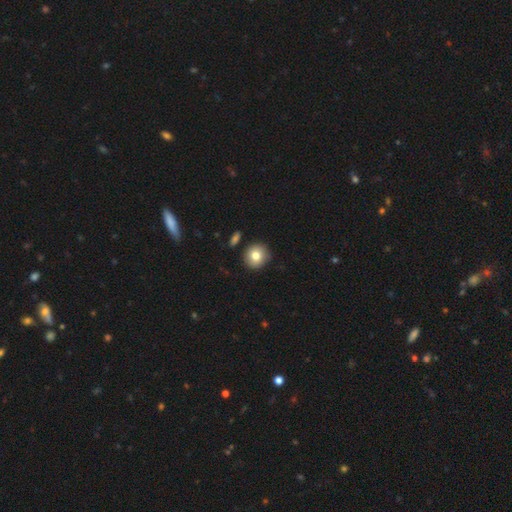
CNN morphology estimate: A smooth galaxy with no disk features (80%) that is round (87%). Merging: none (86%).